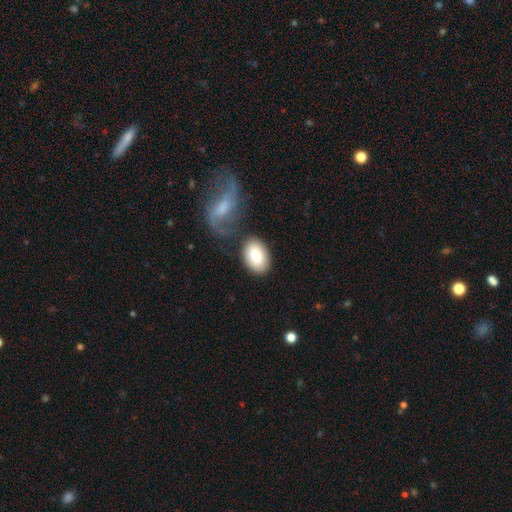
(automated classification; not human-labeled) Overall: smooth (85%). How rounded: in between (88%). Merging: none (69%).